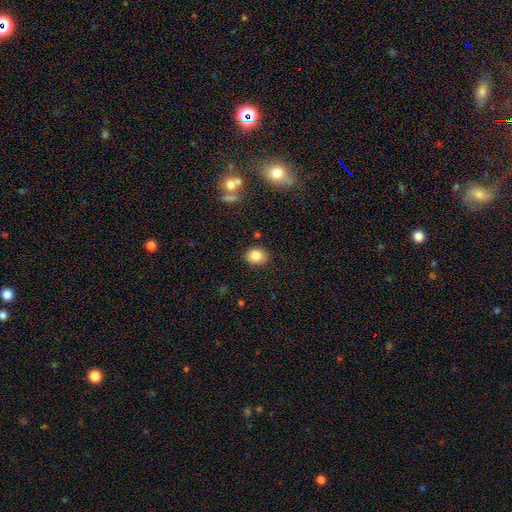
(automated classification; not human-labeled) smooth-or-featured: smooth: 82% | star or artifact: 10% | featured or disk: 7%
  how-rounded: round: 51% | in between: 48% | cigar-shaped: 1%
  merging: none: 87% | minor disturbance: 9% | major disturbance: 2% | merger: 2%